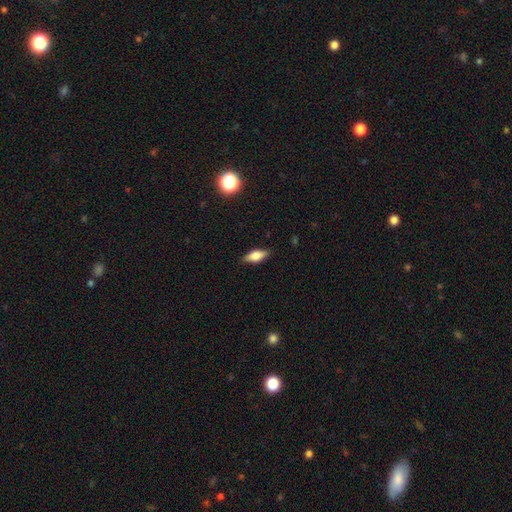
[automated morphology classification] Q: Smooth or featured?
A: smooth (66%); runner-up: featured or disk (26%)
Q: How rounded?
A: in between (73%); runner-up: cigar-shaped (24%)
Q: Merging?
A: none (86%); runner-up: minor disturbance (11%)